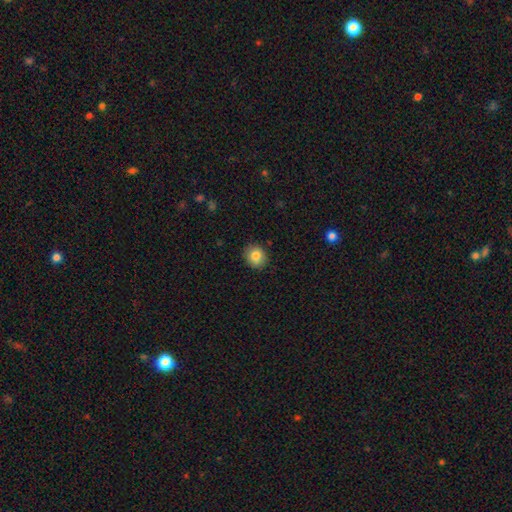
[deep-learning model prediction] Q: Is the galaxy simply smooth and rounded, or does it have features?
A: smooth — 83%.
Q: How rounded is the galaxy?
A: round — 73%.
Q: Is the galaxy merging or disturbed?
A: none — 88%.